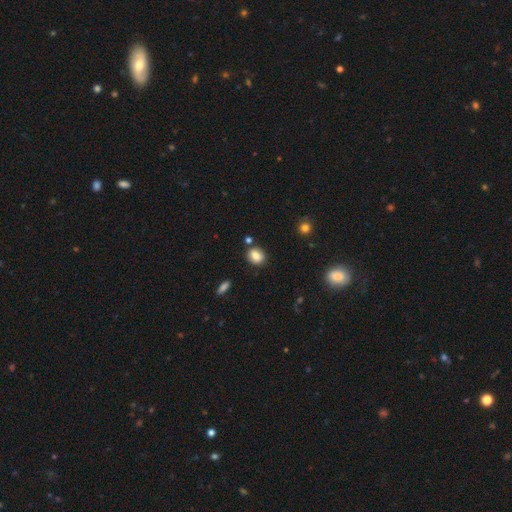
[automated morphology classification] smooth-or-featured: smooth: 82% | star or artifact: 10% | featured or disk: 8%
  how-rounded: round: 50% | in between: 49% | cigar-shaped: 1%
  merging: none: 79% | minor disturbance: 11% | merger: 8% | major disturbance: 3%